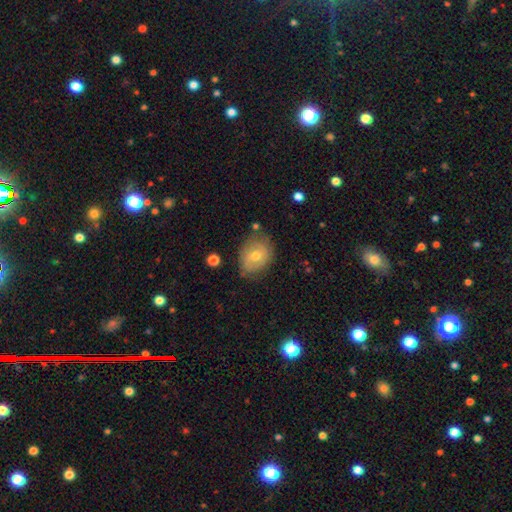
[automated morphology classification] Smooth or featured: smooth — 54% (featured or disk — 38%)
How rounded: in between — 54% (round — 45%)
Merging: none — 64% (minor disturbance — 25%)